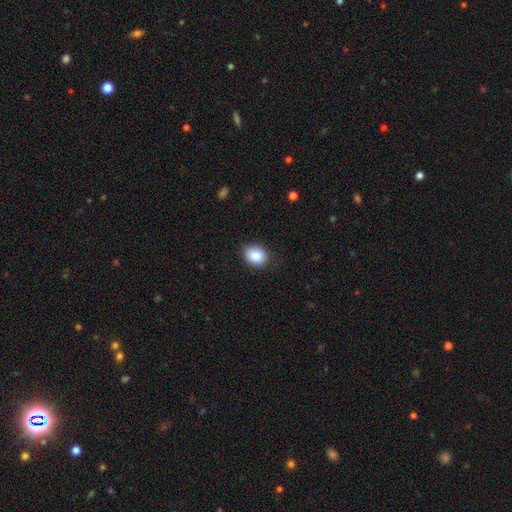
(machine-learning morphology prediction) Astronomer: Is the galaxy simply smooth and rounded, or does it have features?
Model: smooth — 87%.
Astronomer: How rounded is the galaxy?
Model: in between — 56% (runner-up: round, 43%).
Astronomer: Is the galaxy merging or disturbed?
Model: none — 82%.